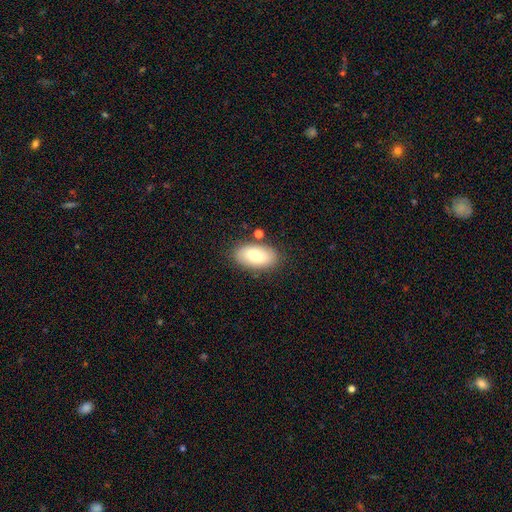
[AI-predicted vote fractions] Smooth or featured? smooth (74%)
How rounded? in between (94%)
Merging? none (80%)